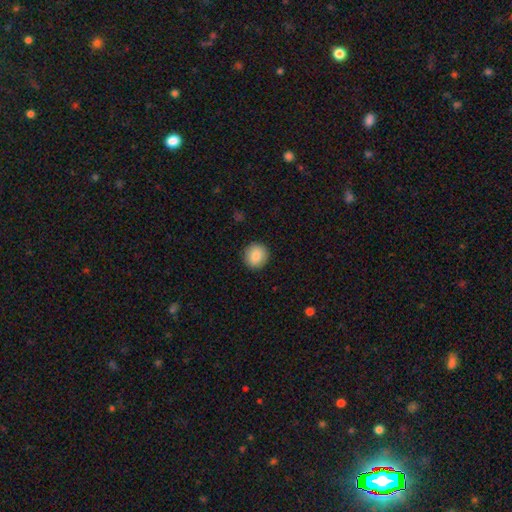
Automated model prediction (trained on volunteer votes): smooth-or-featured: smooth: 85% | star or artifact: 8% | featured or disk: 7%
  how-rounded: round: 92% | in between: 7% | cigar-shaped: 1%
  merging: none: 92% | minor disturbance: 6% | major disturbance: 2% | merger: 1%